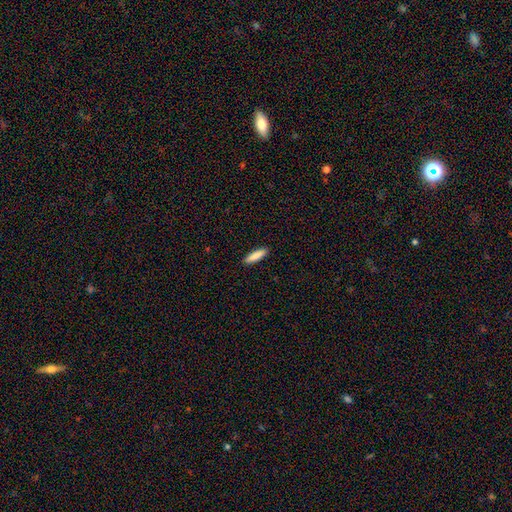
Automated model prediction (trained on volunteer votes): Q: Smooth or featured?
A: smooth (86%); runner-up: featured or disk (8%)
Q: How rounded?
A: cigar-shaped (74%); runner-up: in between (25%)
Q: Merging?
A: none (91%); runner-up: minor disturbance (7%)